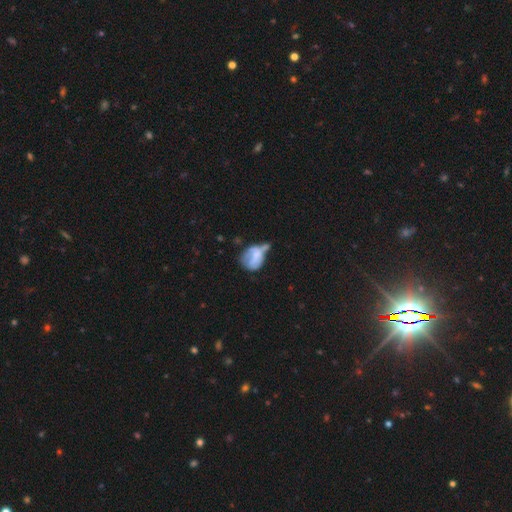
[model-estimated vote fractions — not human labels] Smooth or featured? Predicted: smooth (p=0.54). How rounded? Predicted: in between (p=0.59). Merging? Predicted: major disturbance (p=0.29).